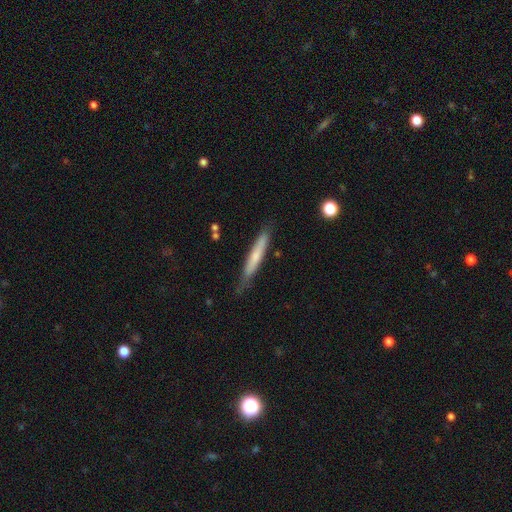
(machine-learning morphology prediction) A smooth galaxy with no disk features (59%) that is cigar-shaped (94%).

Vote fractions:
- Smooth or featured? smooth: 59% / featured or disk: 35% / star or artifact: 6%
- How rounded? cigar-shaped: 94% / in between: 4% / round: 1%
- Merging? none: 78% / minor disturbance: 18% / major disturbance: 3% / merger: 2%